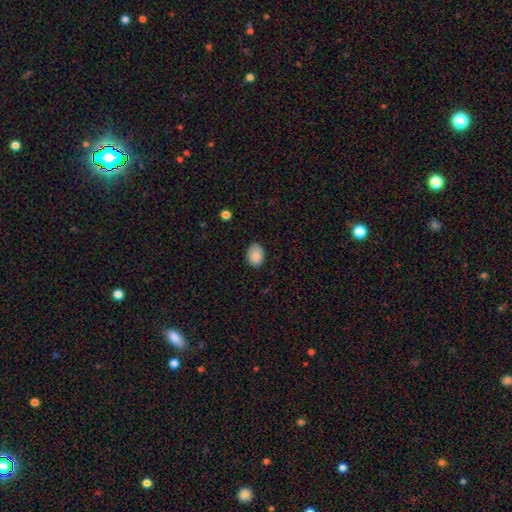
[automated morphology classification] smooth 86%, star or artifact 8%, featured or disk 6%. Down the decision tree: how rounded — in between (73%); merging — none (83%).